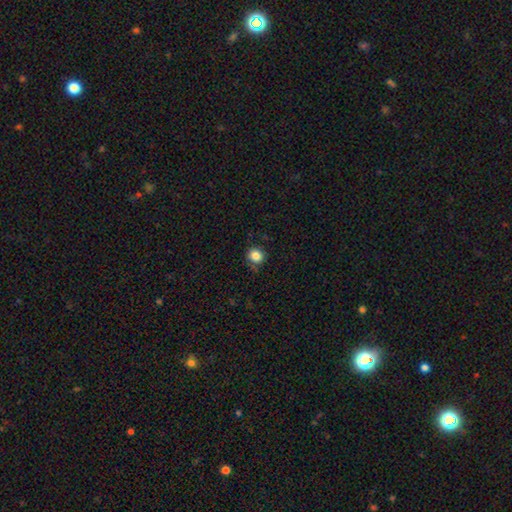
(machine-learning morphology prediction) Smooth or featured: smooth — 84% (star or artifact — 11%)
How rounded: round — 86% (in between — 13%)
Merging: none — 83% (minor disturbance — 12%)